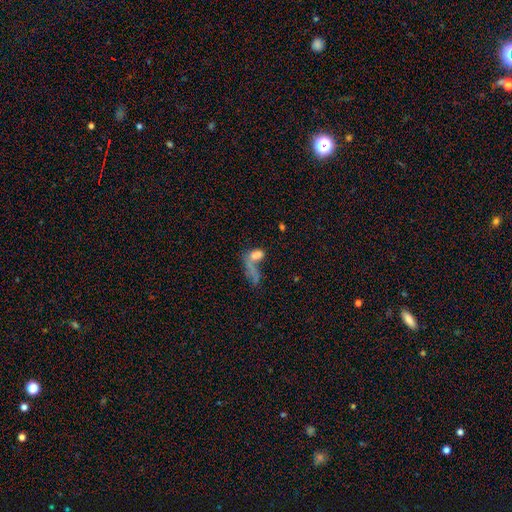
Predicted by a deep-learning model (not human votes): Smooth or featured: smooth — 64% (featured or disk — 21%)
How rounded: in between — 69% (round — 18%)
Merging: merger — 48% (none — 21%)